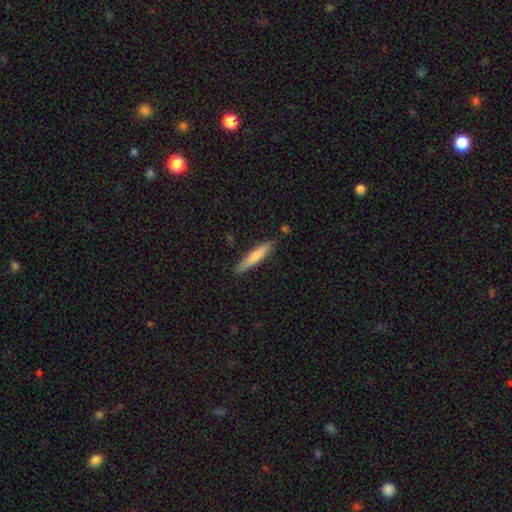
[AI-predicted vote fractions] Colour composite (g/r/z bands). It shows a smooth galaxy with no disk features (74%) that is cigar-shaped (89%). Merging: none (85%).